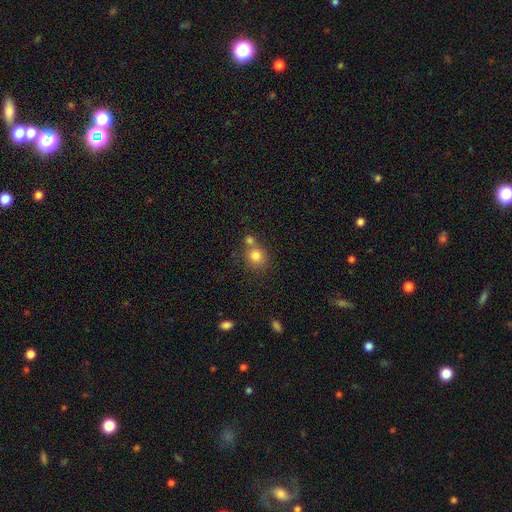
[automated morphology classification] The model was most divided on "merging": none: 53%, merger: 33%, minor disturbance: 9%, major disturbance: 4%. More confident: how rounded — round (85%); smooth or featured — smooth (81%).